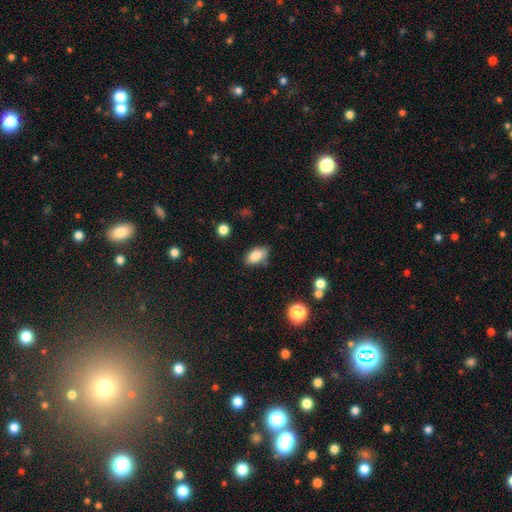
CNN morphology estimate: Q: Smooth or featured?
A: smooth (82%); runner-up: featured or disk (9%)
Q: How rounded?
A: in between (91%); runner-up: round (6%)
Q: Merging?
A: none (73%); runner-up: minor disturbance (20%)